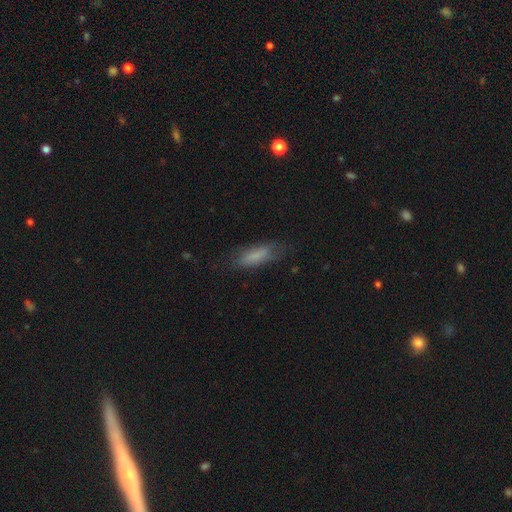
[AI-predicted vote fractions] Smooth or featured?
  - smooth: 75% *
  - featured or disk: 16%
  - star or artifact: 9%
How rounded?
  - in between: 53% *
  - cigar-shaped: 45%
  - round: 2%
Merging?
  - none: 64% *
  - minor disturbance: 24%
  - major disturbance: 10%
  - merger: 2%